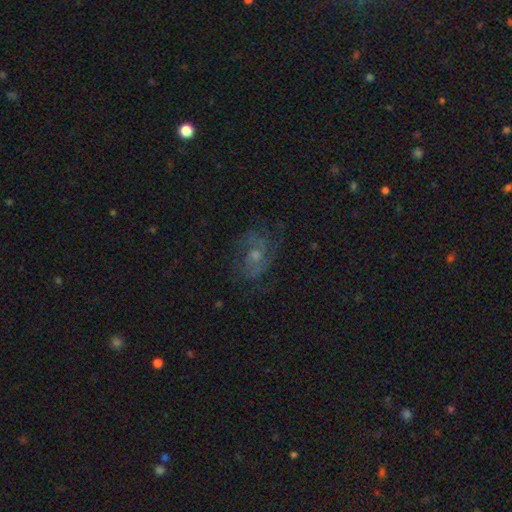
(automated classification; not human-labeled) featured or disk 66%, smooth 19%, star or artifact 15%. Down the decision tree: edge-on disk — no (96%); bar — no (67%); spiral arms — yes (83%); spiral arm count — 2 (50%); spiral winding — medium (49%); bulge size — moderate (50%); merging — none (66%).